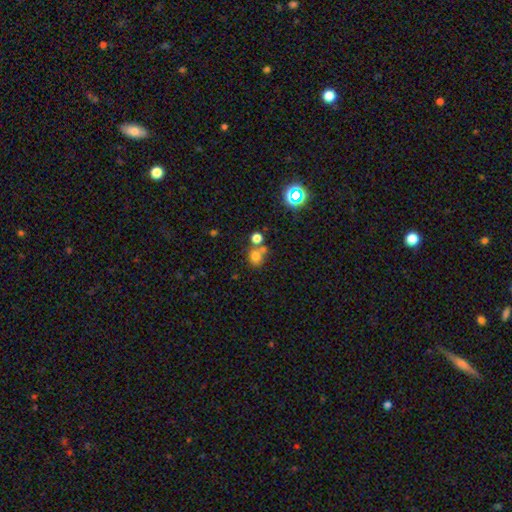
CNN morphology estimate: Q: Smooth or featured?
A: smooth (72%); runner-up: star or artifact (17%)
Q: How rounded?
A: round (79%); runner-up: in between (20%)
Q: Merging?
A: none (52%); runner-up: merger (35%)